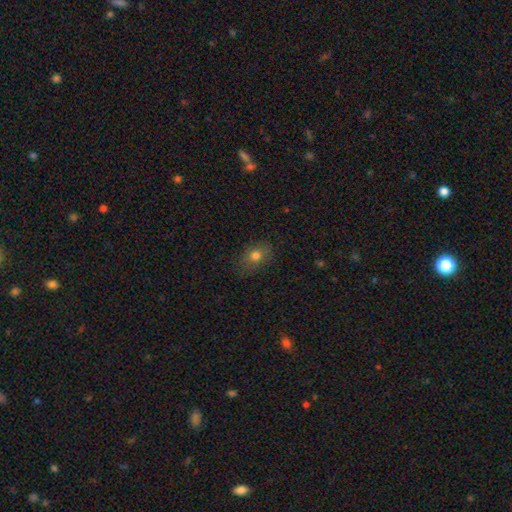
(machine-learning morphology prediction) This appears to be a smooth galaxy with no disk features (77%) that is in between round and cigar-shaped (61%). Merging: none (78%).